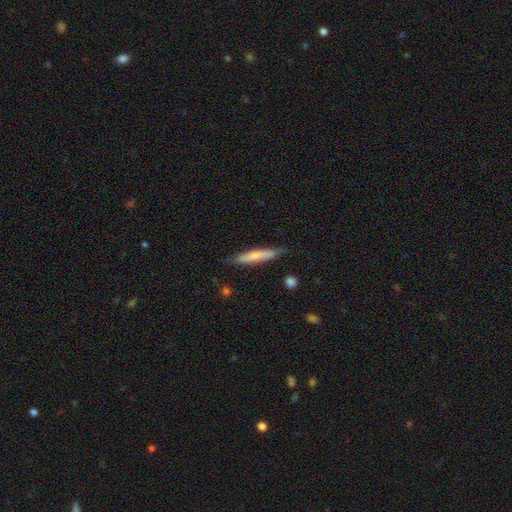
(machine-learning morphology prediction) Smooth or featured?
  - smooth: 70% *
  - featured or disk: 25%
  - star or artifact: 6%
How rounded?
  - cigar-shaped: 91% *
  - in between: 7%
  - round: 1%
Merging?
  - none: 77% *
  - minor disturbance: 18%
  - major disturbance: 3%
  - merger: 2%